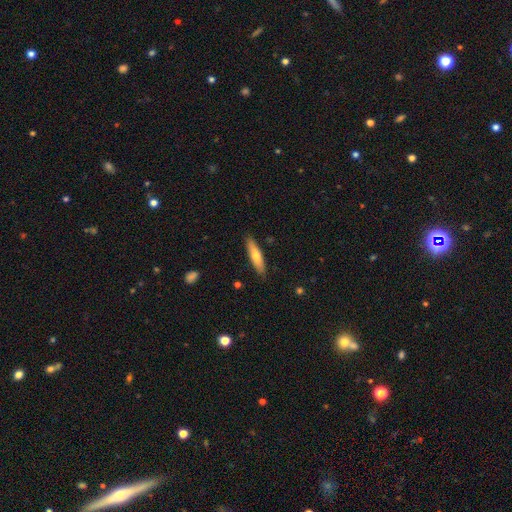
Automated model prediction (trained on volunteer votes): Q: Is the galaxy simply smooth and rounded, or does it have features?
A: smooth — 61%.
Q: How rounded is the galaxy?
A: cigar-shaped — 80%.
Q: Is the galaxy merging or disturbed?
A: none — 88%.